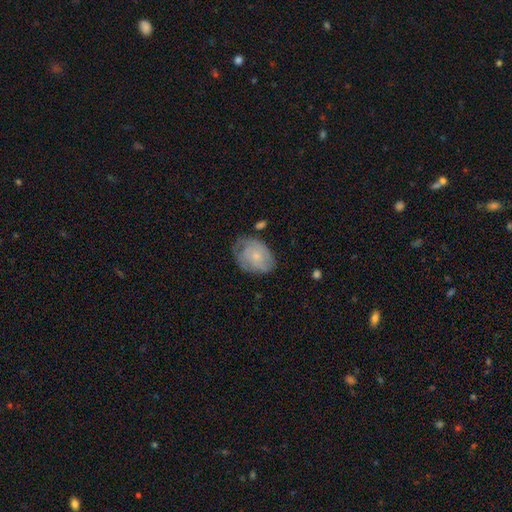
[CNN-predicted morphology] Smooth or featured: smooth — 47% (tied with featured or disk — 47%)
Merging: none — 52% (minor disturbance — 31%)